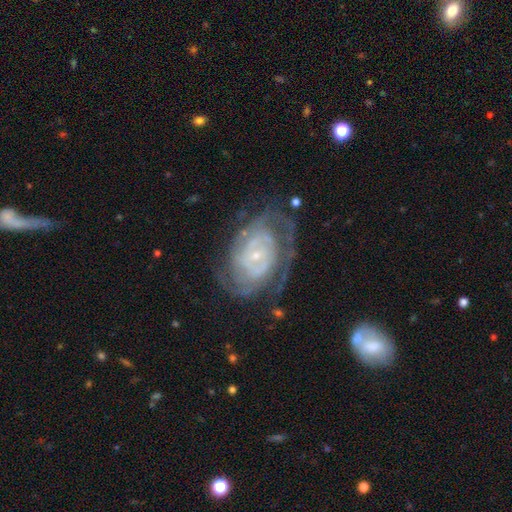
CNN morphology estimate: Smooth or featured?
  - featured or disk: 85% *
  - smooth: 9%
  - star or artifact: 6%
Edge-on disk?
  - no: 97% *
  - yes: 3%
Bar?
  - no: 64% *
  - weak: 28%
  - strong: 8%
Spiral arms?
  - yes: 91% *
  - no: 9%
Spiral winding?
  - tight: 70% *
  - medium: 24%
  - loose: 7%
Spiral arm count?
  - can't tell: 43% *
  - 2: 23%
  - 3: 13%
  - 4: 9%
  - more than 4: 6%
  - 1: 6%
Bulge size?
  - small: 81% *
  - moderate: 14%
  - none: 2%
  - large: 2%
  - dominant: 1%
Merging?
  - none: 63% *
  - minor disturbance: 20%
  - major disturbance: 15%
  - merger: 2%